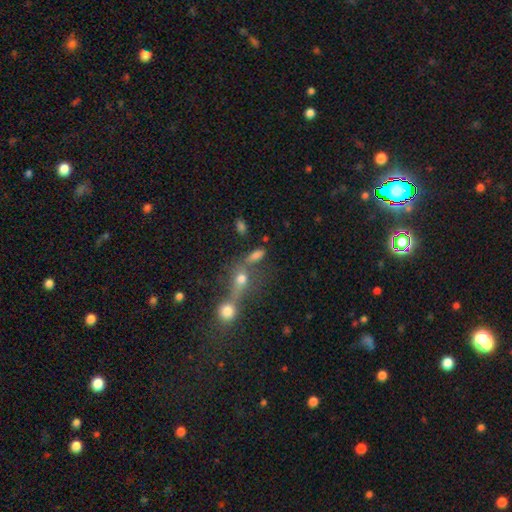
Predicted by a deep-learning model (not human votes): Smooth or featured? smooth (63%)
How rounded? in between (61%)
Merging? none (43%)